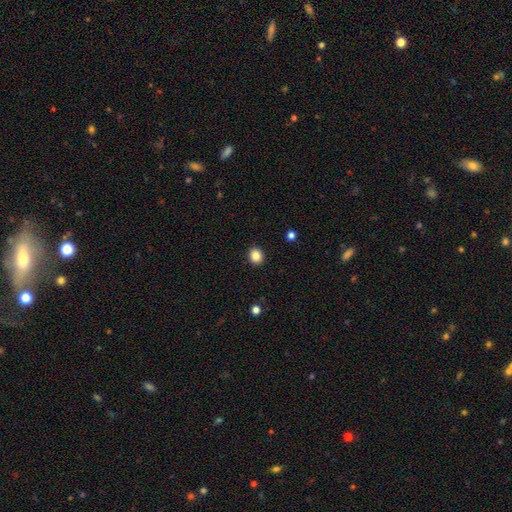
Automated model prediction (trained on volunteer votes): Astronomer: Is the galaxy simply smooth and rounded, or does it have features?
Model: smooth — 85%.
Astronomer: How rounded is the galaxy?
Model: round — 79%.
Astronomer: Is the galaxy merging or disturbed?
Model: none — 92%.